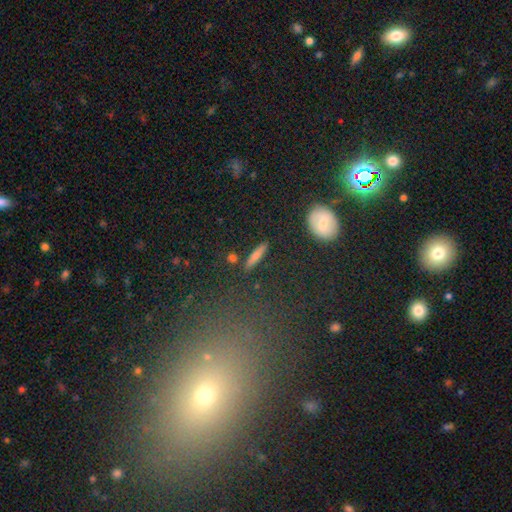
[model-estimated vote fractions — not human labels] The model was most divided on "smooth or featured": smooth: 72%, featured or disk: 17%, star or artifact: 11%. More confident: merging — none (86%); how rounded — cigar-shaped (84%).